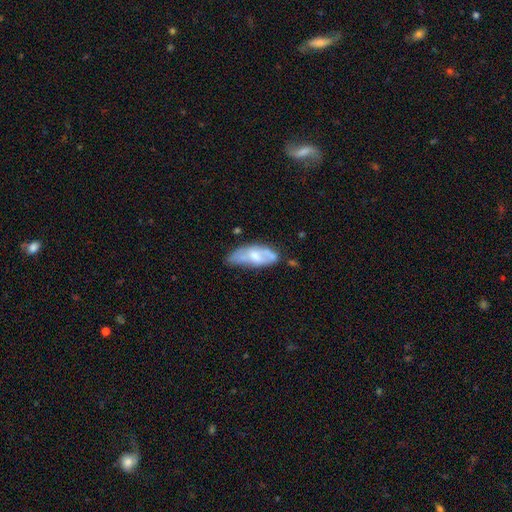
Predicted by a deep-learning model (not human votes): Overall: smooth (51%; featured or disk 42%). How rounded: in between (80%). Merging: none (38%; minor disturbance 35%).